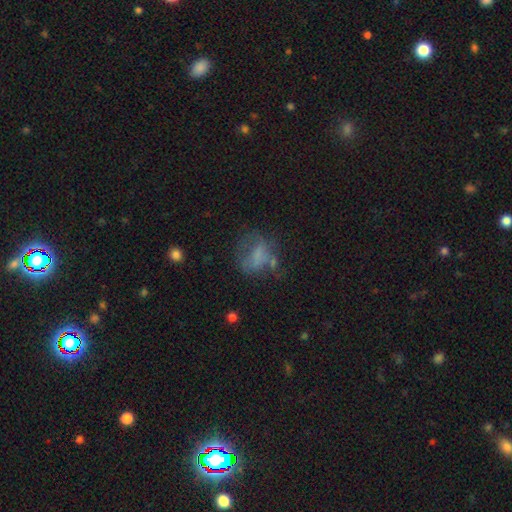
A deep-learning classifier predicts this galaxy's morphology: smooth 51%, featured or disk 32%, star or artifact 17%. Down the decision tree: how rounded — in between (56%); merging — none (40%).